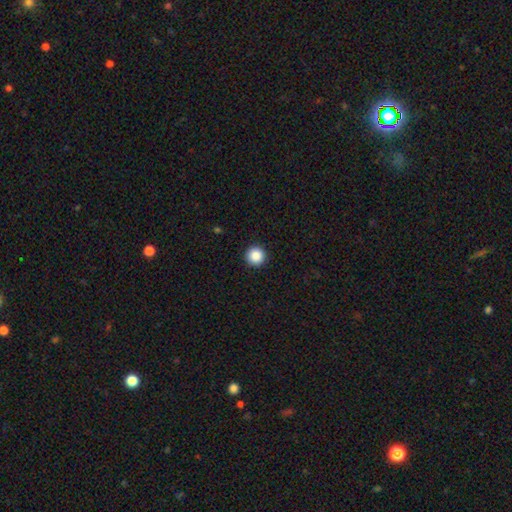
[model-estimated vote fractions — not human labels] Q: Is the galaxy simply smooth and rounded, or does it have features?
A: smooth — 88%.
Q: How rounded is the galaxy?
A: round — 97%.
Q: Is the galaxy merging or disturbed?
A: none — 94%.